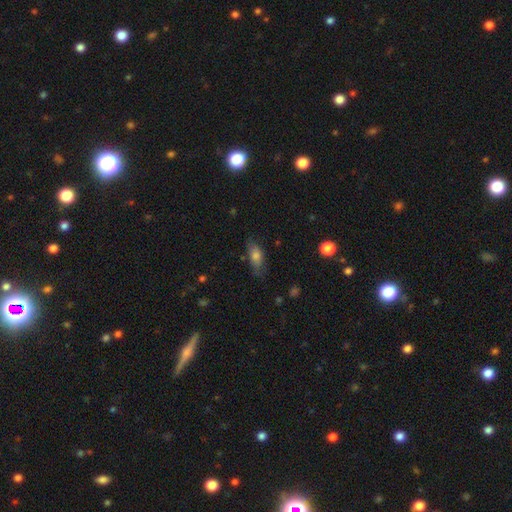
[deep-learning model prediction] A smooth galaxy with no disk features (70%) that is in between round and cigar-shaped (79%).

Vote fractions:
- Smooth or featured? smooth: 70% / featured or disk: 21% / star or artifact: 8%
- How rounded? in between: 79% / cigar-shaped: 16% / round: 4%
- Merging? none: 64% / minor disturbance: 26% / major disturbance: 8% / merger: 2%